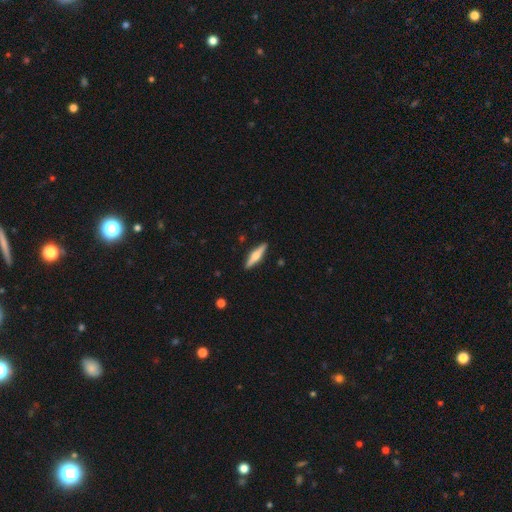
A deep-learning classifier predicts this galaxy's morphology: Overall: featured or disk (58%; smooth 37%). Edge-on disk: yes (97%). Edge-on bulge: rounded (90%). Merging: none (90%).